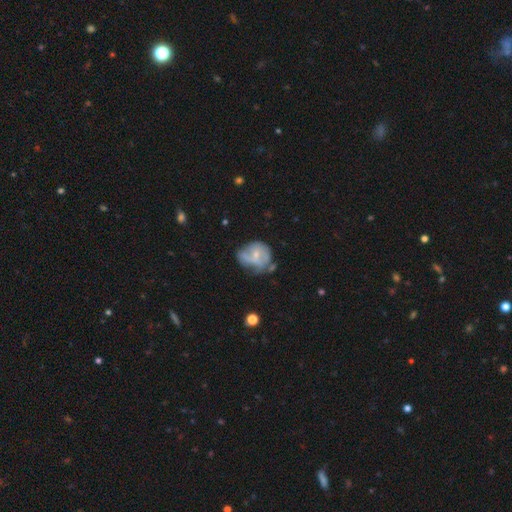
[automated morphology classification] smooth_or_featured: featured or disk (p=0.50) [alt: smooth p=0.42]
disk_edge_on: no (p=0.97) [alt: yes p=0.03]
merging: none (p=0.33) [tied with: minor disturbance p=0.33]